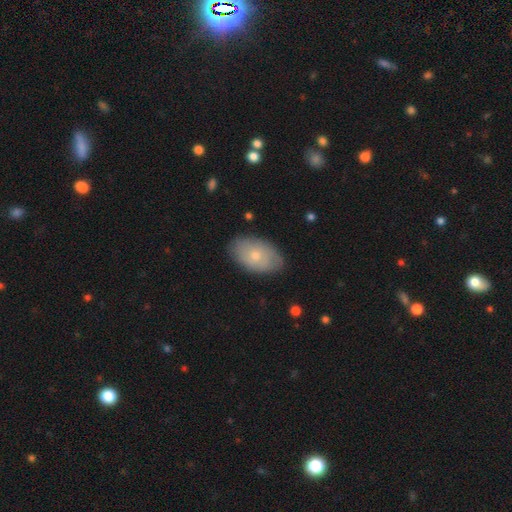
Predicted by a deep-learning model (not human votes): Morphology: type=smooth (61%); roundness=in between (92%); merging=none (80%).